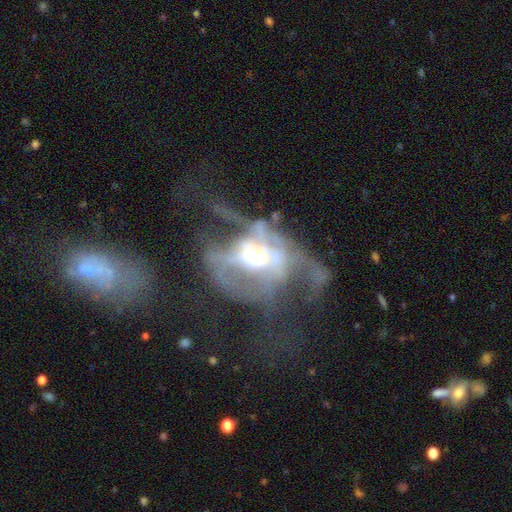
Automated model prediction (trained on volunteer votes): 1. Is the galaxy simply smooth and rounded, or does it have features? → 76% featured or disk, 15% smooth, 10% star or artifact.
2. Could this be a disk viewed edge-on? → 94% no, 6% yes.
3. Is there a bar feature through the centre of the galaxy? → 60% no, 25% weak, 15% strong.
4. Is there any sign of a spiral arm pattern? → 53% yes, 47% no.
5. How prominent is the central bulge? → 62% moderate, 25% small, 10% large, 2% dominant, 1% none.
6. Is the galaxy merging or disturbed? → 58% major disturbance, 20% none, 12% minor disturbance, 10% merger.